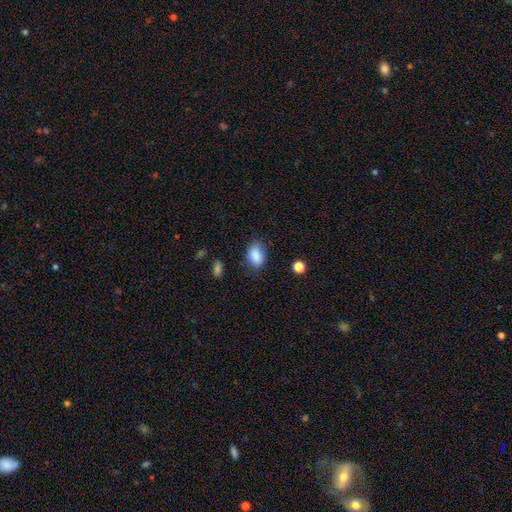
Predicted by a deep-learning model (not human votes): This is clearly a smooth galaxy (87%). How rounded: clearly in between (86%). Merging: likely none (75%).